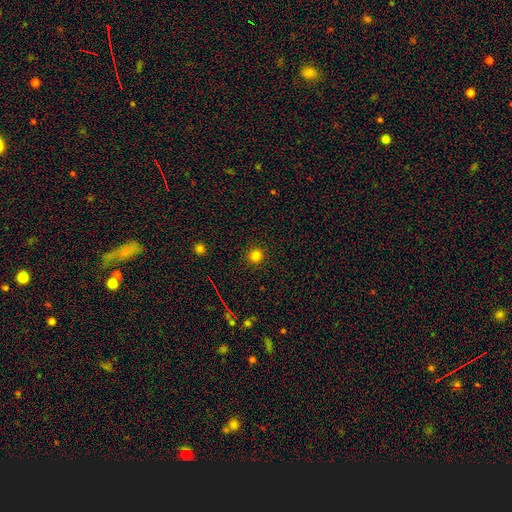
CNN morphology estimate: The model was most divided on "smooth or featured": smooth: 80%, star or artifact: 15%, featured or disk: 5%. More confident: how rounded — round (94%); merging — none (92%).